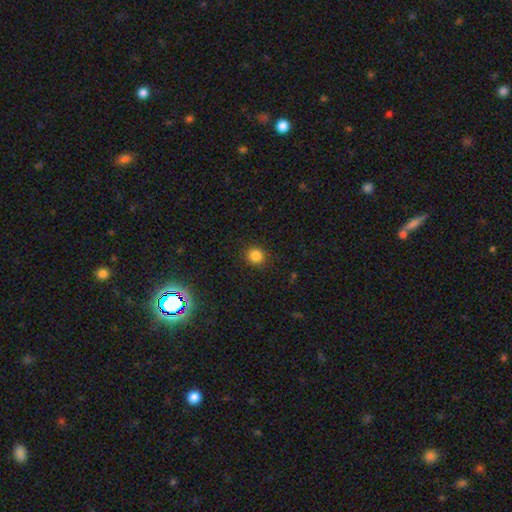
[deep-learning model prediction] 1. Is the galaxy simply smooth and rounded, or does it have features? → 84% smooth, 12% star or artifact, 4% featured or disk.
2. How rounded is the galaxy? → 90% round, 9% in between, 1% cigar-shaped.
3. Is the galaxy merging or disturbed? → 90% none, 7% minor disturbance, 2% major disturbance, 1% merger.